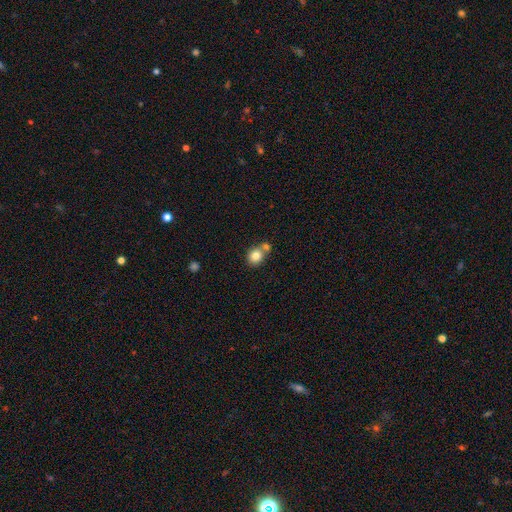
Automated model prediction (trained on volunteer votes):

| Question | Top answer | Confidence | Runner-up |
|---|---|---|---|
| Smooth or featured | smooth | 81% | star or artifact (10%) |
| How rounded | round | 77% | in between (22%) |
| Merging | none | 51% | merger (37%) |